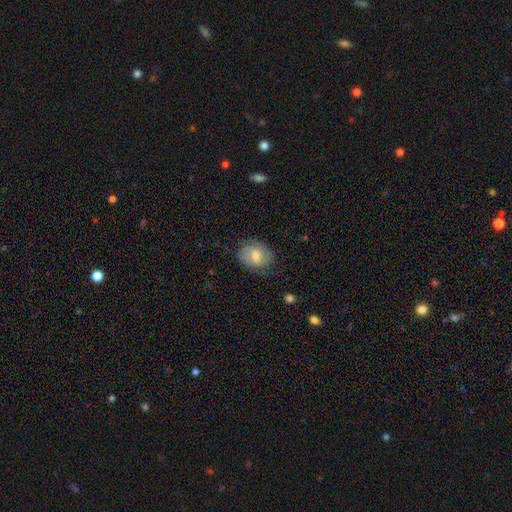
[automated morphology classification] featured or disk 49%, smooth 43%, star or artifact 8%. Down the decision tree: merging — none (73%).